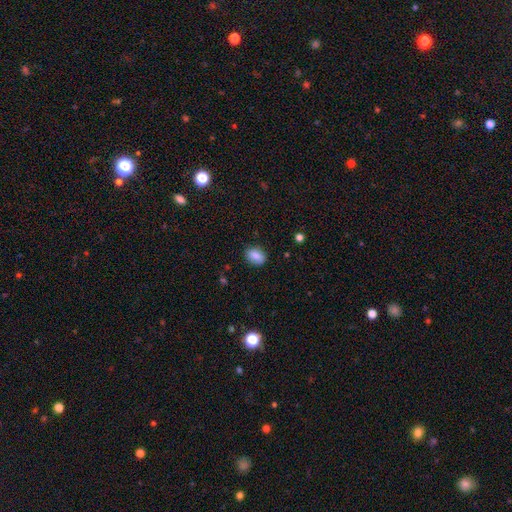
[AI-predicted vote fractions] The model was most divided on "how rounded": in between: 72%, round: 27%, cigar-shaped: 2%. More confident: smooth or featured — smooth (86%); merging — none (82%).